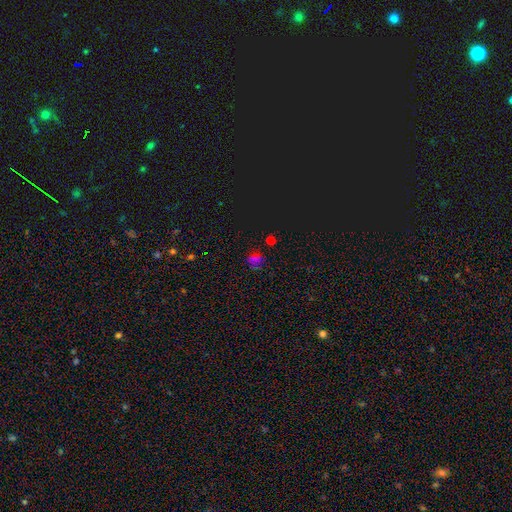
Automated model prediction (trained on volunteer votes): smooth_or_featured: star or artifact (p=0.54) [alt: smooth p=0.39]